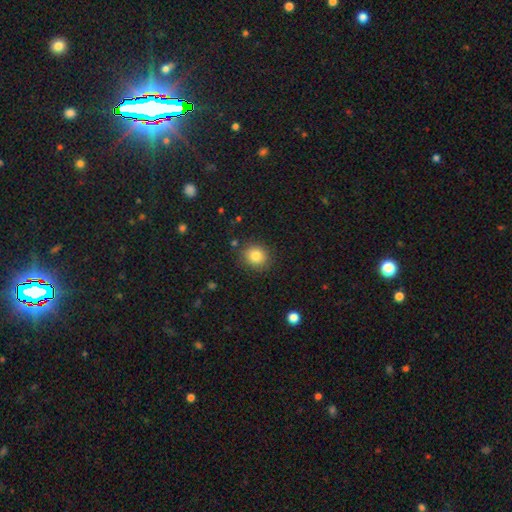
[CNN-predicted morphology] A smooth galaxy with no disk features (83%) that is round (76%). Merging: none (86%).